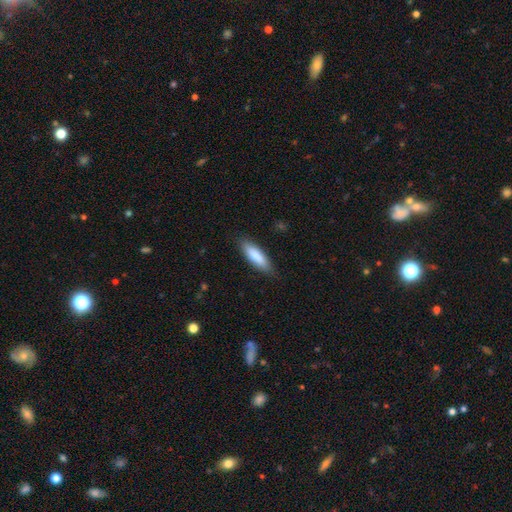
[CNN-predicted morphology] Smooth or featured?
  - smooth: 83% *
  - featured or disk: 11%
  - star or artifact: 5%
How rounded?
  - cigar-shaped: 55% *
  - in between: 44%
  - round: 1%
Merging?
  - none: 84% *
  - minor disturbance: 12%
  - major disturbance: 2%
  - merger: 1%